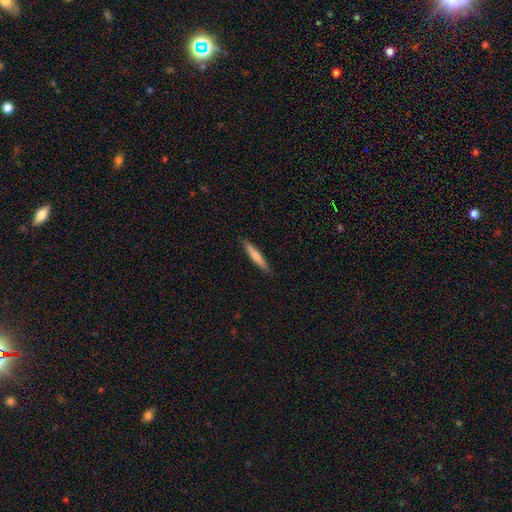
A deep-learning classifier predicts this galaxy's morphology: smooth 69%, featured or disk 26%, star or artifact 5%. Down the decision tree: how rounded — cigar-shaped (93%); merging — none (90%).